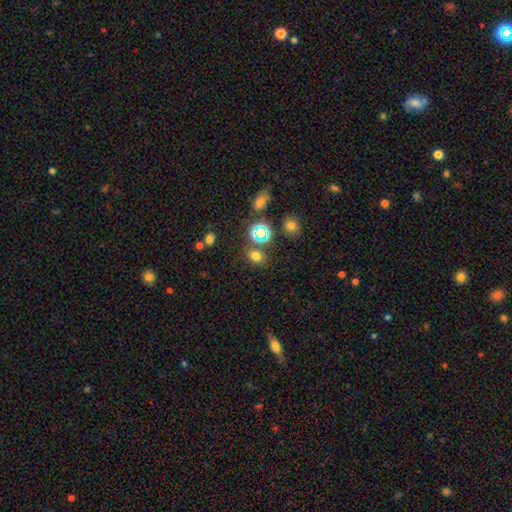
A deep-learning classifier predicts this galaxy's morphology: Smooth or featured? Predicted: smooth (p=0.66). How rounded? Predicted: round (p=0.50). Merging? Predicted: none (p=0.77).